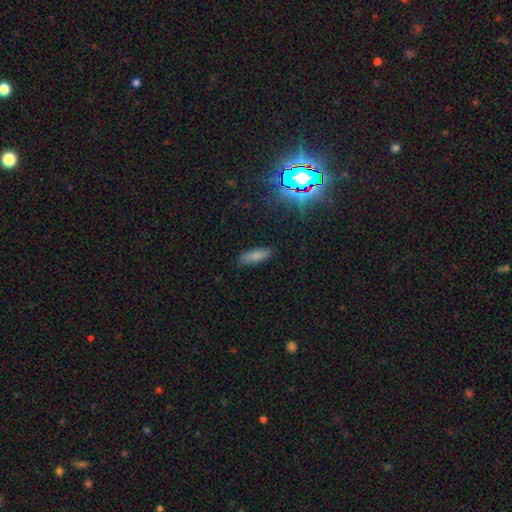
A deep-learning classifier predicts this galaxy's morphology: type=smooth (79%); roundness=in between (58%); merging=none (83%).